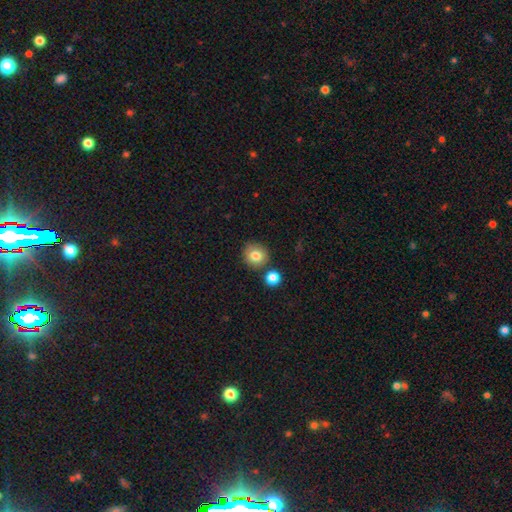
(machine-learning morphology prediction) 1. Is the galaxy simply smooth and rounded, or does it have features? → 80% smooth, 11% star or artifact, 10% featured or disk.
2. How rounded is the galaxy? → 89% round, 10% in between, 1% cigar-shaped.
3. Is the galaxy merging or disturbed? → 80% none, 9% merger, 9% minor disturbance, 2% major disturbance.